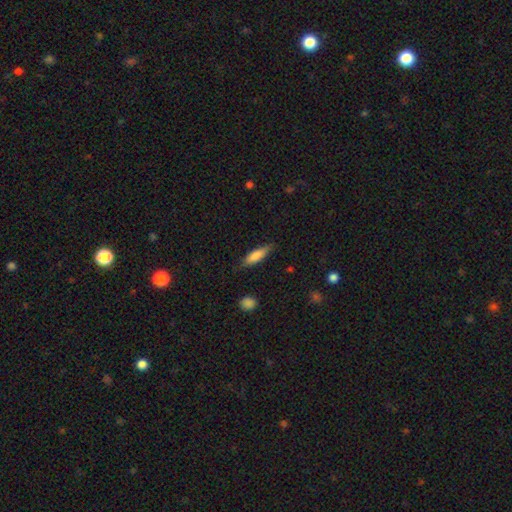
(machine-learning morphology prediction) smooth_or_featured: smooth (p=0.76) [alt: featured or disk p=0.18]
how_rounded: cigar-shaped (p=0.60) [alt: in between p=0.38]
merging: none (p=0.79) [alt: minor disturbance p=0.16]